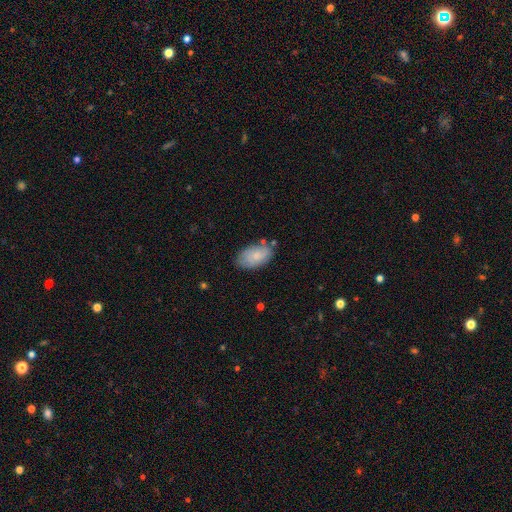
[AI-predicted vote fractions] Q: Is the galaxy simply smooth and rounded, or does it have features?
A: smooth — 74%.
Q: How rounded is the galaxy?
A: in between — 94%.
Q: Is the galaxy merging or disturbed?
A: none — 73%.